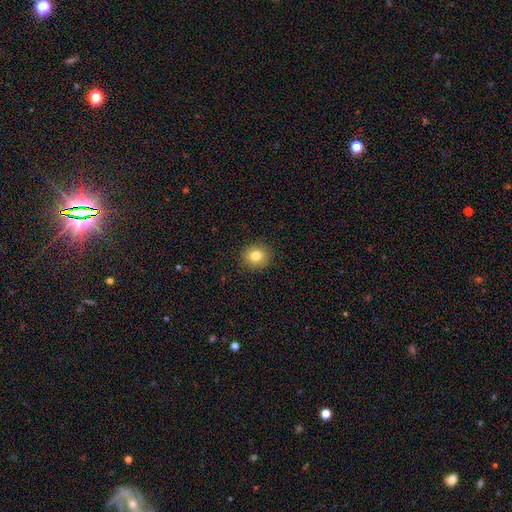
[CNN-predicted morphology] type=smooth (80%); roundness=round (86%); merging=none (91%).